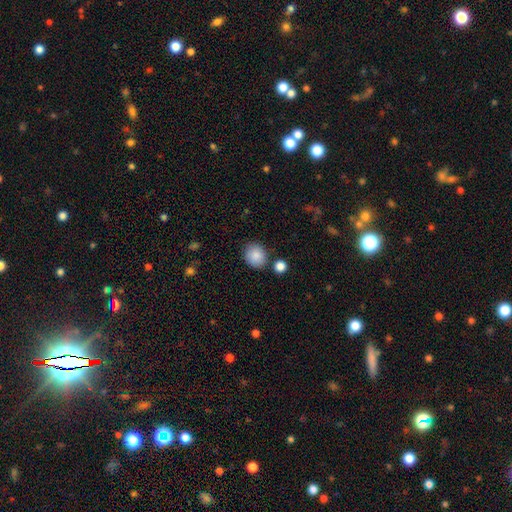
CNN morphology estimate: type=smooth (87%); roundness=round (76%); merging=none (81%).